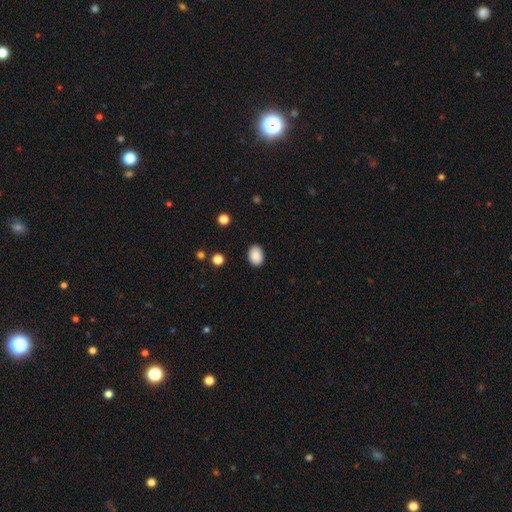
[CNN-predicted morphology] type=smooth (89%); roundness=in between (78%); merging=none (88%).